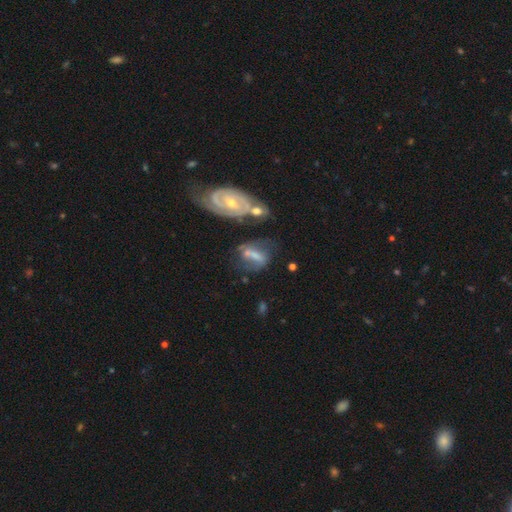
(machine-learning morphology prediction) smooth_or_featured: featured or disk (p=0.55) [alt: smooth p=0.34]
disk_edge_on: no (p=0.92) [alt: yes p=0.08]
bar: strong (p=0.37) [alt: weak p=0.34]
has_spiral_arms: yes (p=0.66) [alt: no p=0.34]
bulge_size: moderate (p=0.37) [alt: small p=0.33]
merging: none (p=0.32) [alt: merger p=0.28]